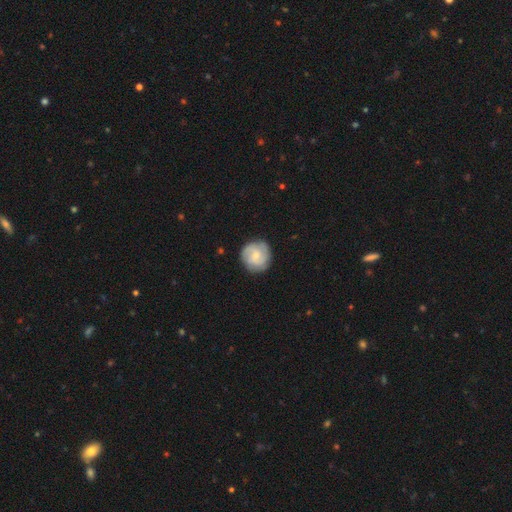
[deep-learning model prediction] This is possibly a featured or disk galaxy (58%). It is clearly not viewed edge-on (98%). Bar: likely no (61%). Spiral arm pattern: clearly yes (90%). Spiral arm count: marginally 3 (32%). Spiral winding: possibly tight (52%). Central bulge: possibly small (57%). Merging: clearly none (82%).